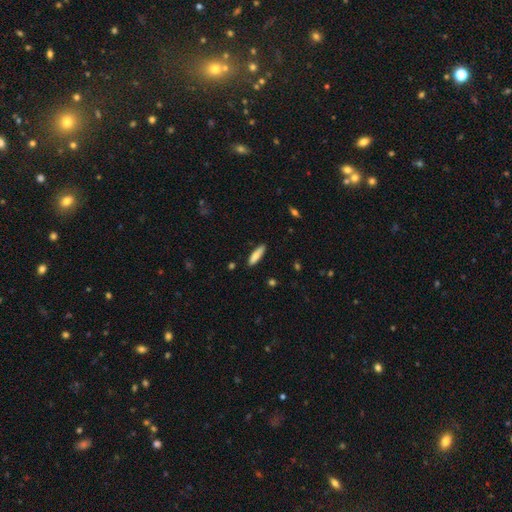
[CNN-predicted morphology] Smooth or featured?
  - smooth: 73% *
  - featured or disk: 21%
  - star or artifact: 6%
How rounded?
  - cigar-shaped: 62% *
  - in between: 36%
  - round: 2%
Merging?
  - none: 86% *
  - minor disturbance: 10%
  - major disturbance: 2%
  - merger: 1%